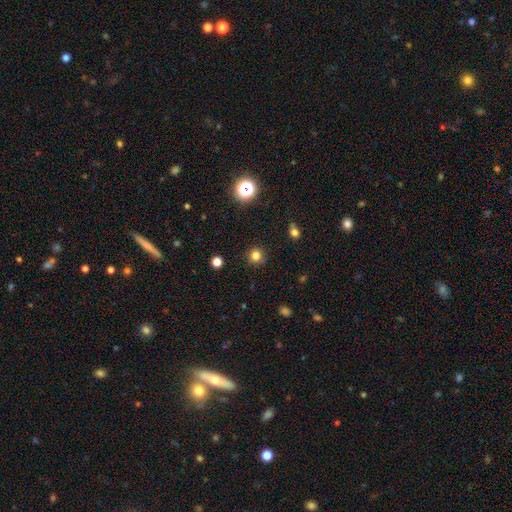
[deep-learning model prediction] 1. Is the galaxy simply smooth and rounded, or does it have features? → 79% smooth, 16% star or artifact, 5% featured or disk.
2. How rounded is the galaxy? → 93% round, 6% in between, 1% cigar-shaped.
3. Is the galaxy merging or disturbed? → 89% none, 7% minor disturbance, 2% major disturbance, 1% merger.